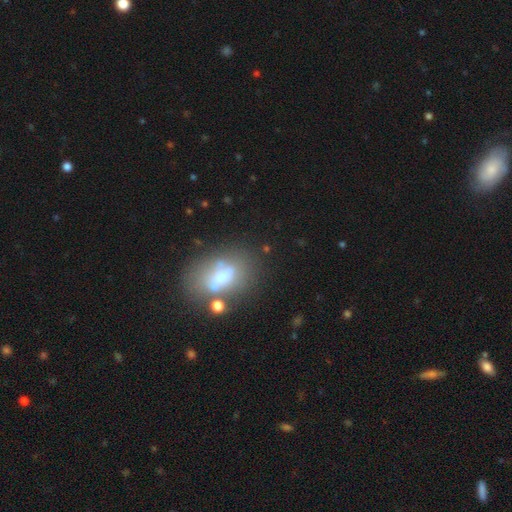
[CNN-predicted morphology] smooth_or_featured: smooth (p=0.58) [alt: featured or disk p=0.27]
how_rounded: in between (p=0.83) [alt: round p=0.13]
merging: none (p=0.62) [alt: minor disturbance p=0.18]